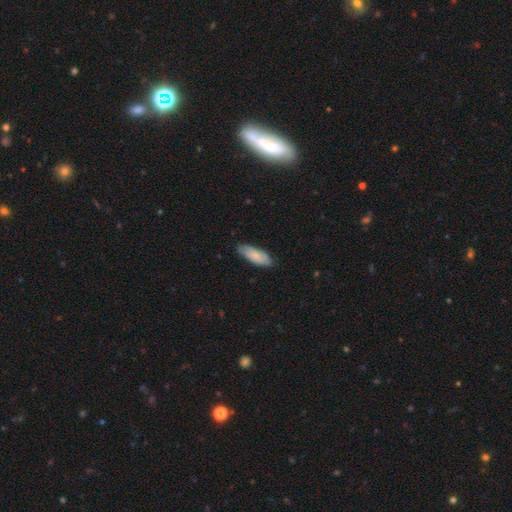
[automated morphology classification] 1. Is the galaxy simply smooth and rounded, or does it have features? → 78% smooth, 17% featured or disk, 6% star or artifact.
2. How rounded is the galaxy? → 73% in between, 26% cigar-shaped, 2% round.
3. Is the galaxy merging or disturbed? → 79% none, 17% minor disturbance, 2% major disturbance, 1% merger.